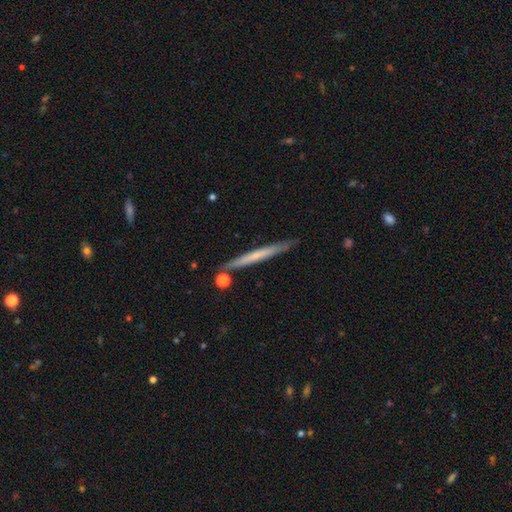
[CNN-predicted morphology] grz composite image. It shows a smooth galaxy with no disk features (50%) that is cigar-shaped (97%). Merging: none (86%).